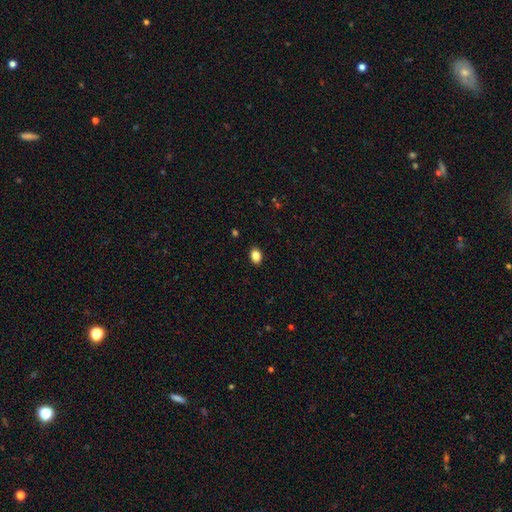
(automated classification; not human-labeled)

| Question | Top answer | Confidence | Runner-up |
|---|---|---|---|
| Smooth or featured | smooth | 85% | star or artifact (9%) |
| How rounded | in between | 74% | round (25%) |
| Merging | none | 90% | minor disturbance (8%) |